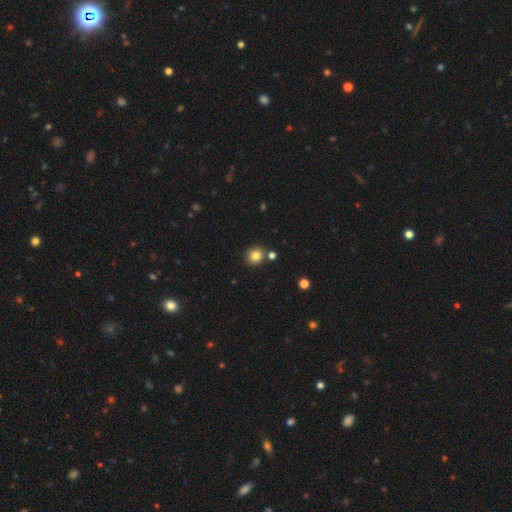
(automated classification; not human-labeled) Smooth or featured?
  - smooth: 82% *
  - star or artifact: 12%
  - featured or disk: 6%
How rounded?
  - round: 89% *
  - in between: 10%
  - cigar-shaped: 1%
Merging?
  - none: 82% *
  - merger: 8%
  - minor disturbance: 8%
  - major disturbance: 2%